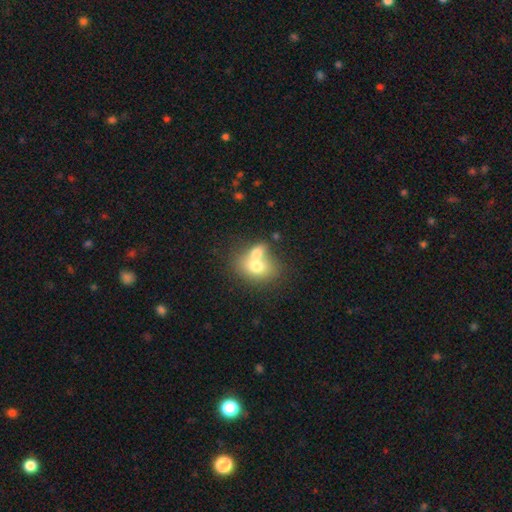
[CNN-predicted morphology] smooth_or_featured: smooth (p=0.66) [alt: featured or disk p=0.22]
how_rounded: in between (p=0.52) [alt: round p=0.46]
merging: merger (p=0.61) [alt: none p=0.27]